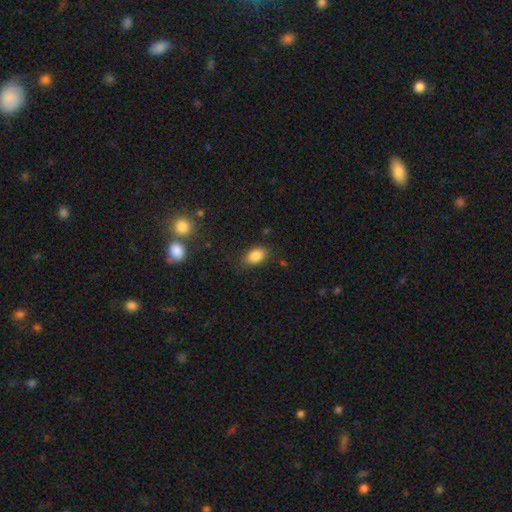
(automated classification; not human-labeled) Morphology: type=smooth (85%); roundness=in between (87%); merging=none (80%).